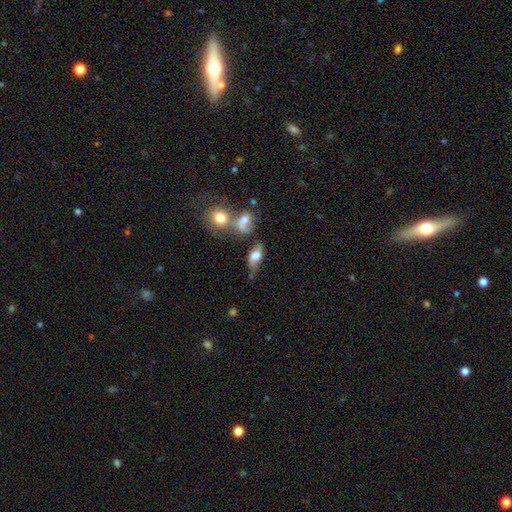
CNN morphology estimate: A smooth galaxy with no disk features (52%) that is in between round and cigar-shaped (77%). Merging: none (43%).